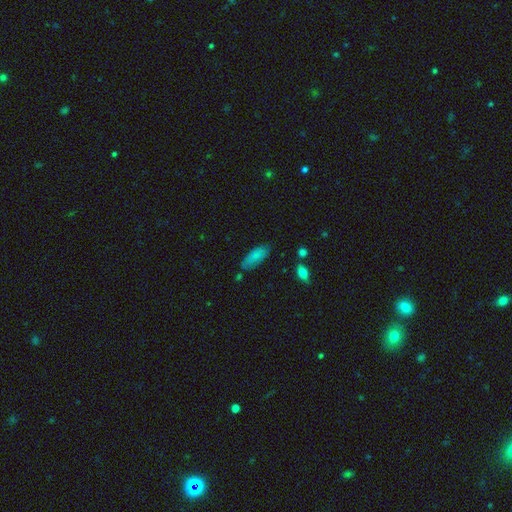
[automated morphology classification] A smooth galaxy with no disk features (83%) that is in between round and cigar-shaped (77%).

Vote fractions:
- Smooth or featured? smooth: 83% / featured or disk: 10% / star or artifact: 7%
- How rounded? in between: 77% / cigar-shaped: 22% / round: 2%
- Merging? none: 75% / minor disturbance: 18% / major disturbance: 4% / merger: 3%